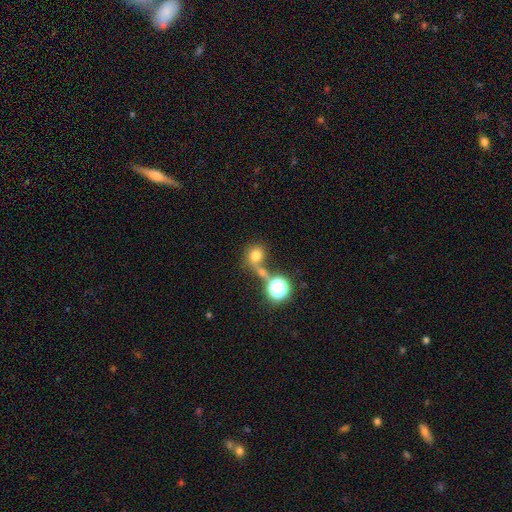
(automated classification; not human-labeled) Q: Smooth or featured?
A: smooth (70%); runner-up: star or artifact (18%)
Q: How rounded?
A: round (76%); runner-up: in between (22%)
Q: Merging?
A: none (42%); runner-up: merger (36%)